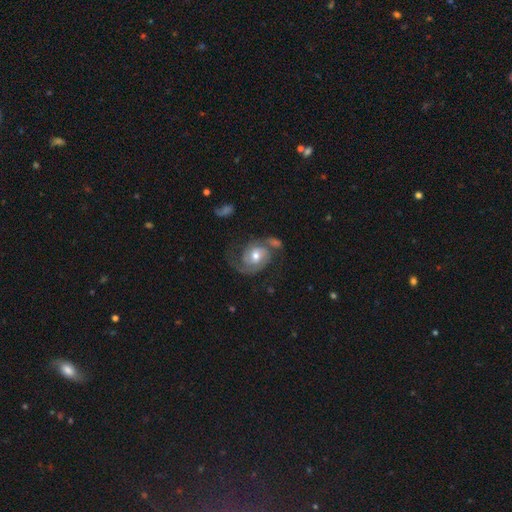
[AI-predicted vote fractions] A featured or disk galaxy (79%) with no bar (65%), 2 (70%) medium (42%) spiral arms (93%) and a moderate central bulge (71%). Merging: none (47%).